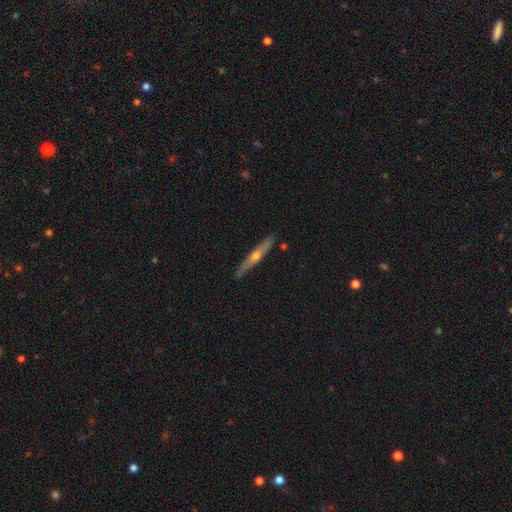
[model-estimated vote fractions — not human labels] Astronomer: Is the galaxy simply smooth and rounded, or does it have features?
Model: featured or disk — 69%.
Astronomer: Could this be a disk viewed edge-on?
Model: yes — 96%.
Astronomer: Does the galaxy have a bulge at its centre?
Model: rounded — 86%.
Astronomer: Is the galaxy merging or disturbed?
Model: none — 90%.